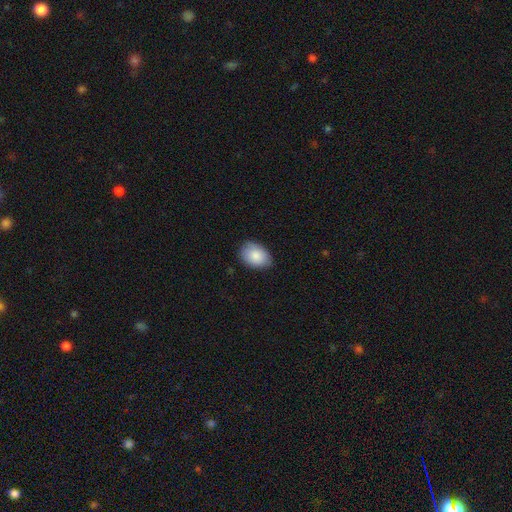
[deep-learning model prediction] Smooth or featured? smooth (88%)
How rounded? in between (82%)
Merging? none (80%)